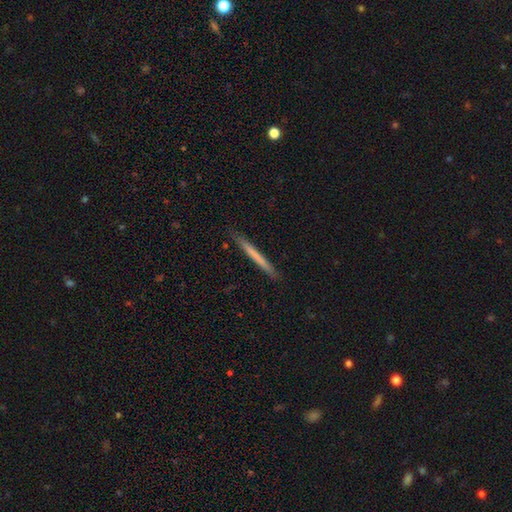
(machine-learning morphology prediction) type=smooth (62%); roundness=cigar-shaped (97%); merging=none (91%).